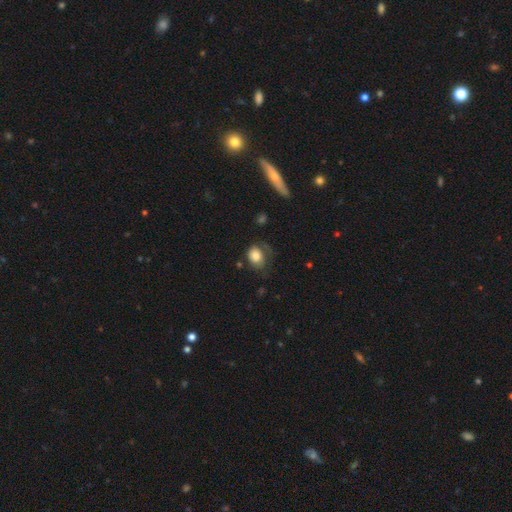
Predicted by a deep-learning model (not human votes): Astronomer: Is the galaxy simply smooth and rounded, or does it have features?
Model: smooth — 77%.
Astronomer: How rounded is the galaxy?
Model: in between — 57% (runner-up: round, 42%).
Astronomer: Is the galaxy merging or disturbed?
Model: none — 48% (runner-up: minor disturbance, 29%).